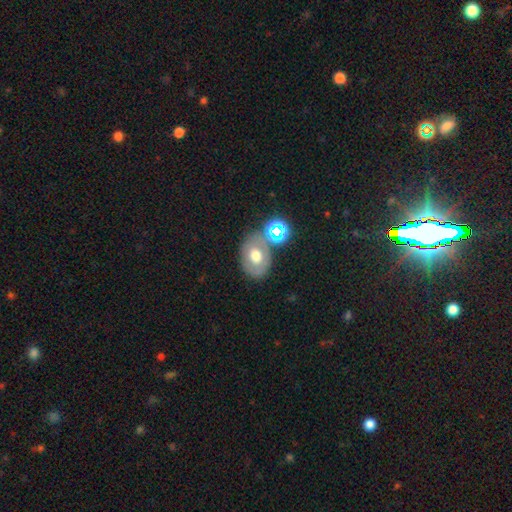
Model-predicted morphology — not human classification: Q: Smooth or featured?
A: smooth (52%); runner-up: featured or disk (35%)
Q: How rounded?
A: in between (67%); runner-up: round (32%)
Q: Merging?
A: none (62%); runner-up: merger (17%)